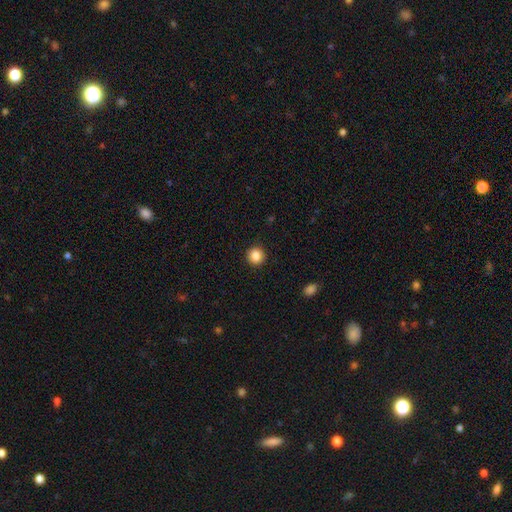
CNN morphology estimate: smooth-or-featured: smooth: 85% | star or artifact: 10% | featured or disk: 5%
  how-rounded: round: 93% | in between: 6% | cigar-shaped: 1%
  merging: none: 92% | minor disturbance: 5% | major disturbance: 2% | merger: 1%